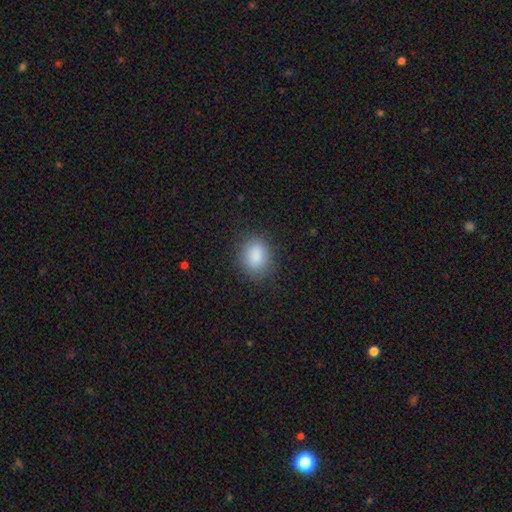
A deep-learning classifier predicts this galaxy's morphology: Smooth or featured? smooth (86%)
How rounded? in between (52%)
Merging? none (83%)